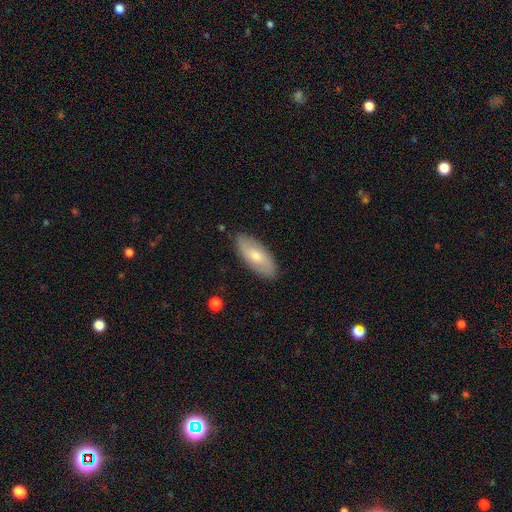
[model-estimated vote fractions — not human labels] Overall: smooth (58%; featured or disk 36%). How rounded: in between (85%). Merging: none (87%).